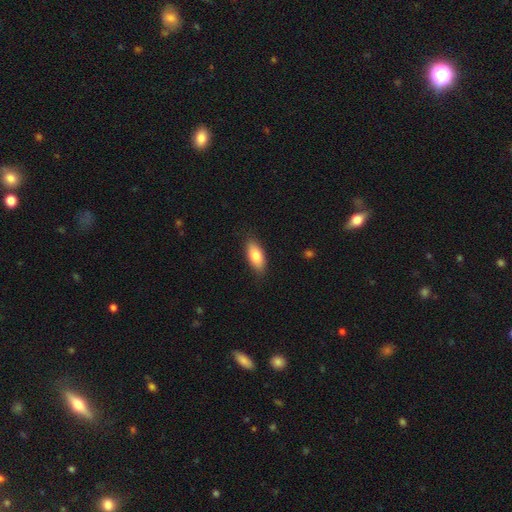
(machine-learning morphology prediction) type=smooth (81%); roundness=in between (85%); merging=none (85%).